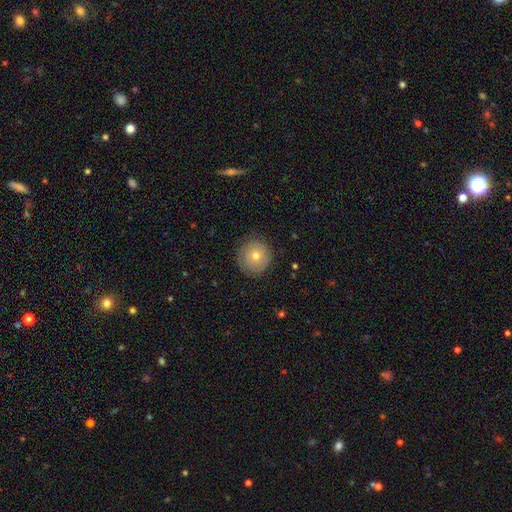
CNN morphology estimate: Smooth or featured: smooth — 67% (featured or disk — 24%)
How rounded: round — 94% (in between — 5%)
Merging: none — 85% (minor disturbance — 11%)